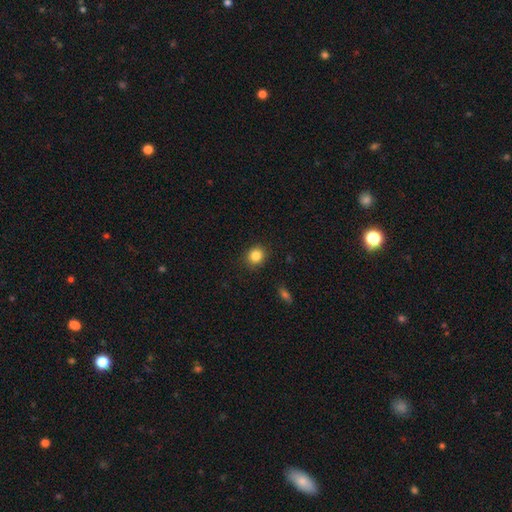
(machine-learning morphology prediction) smooth_or_featured: smooth (p=0.85) [alt: star or artifact p=0.10]
how_rounded: round (p=0.83) [alt: in between p=0.16]
merging: none (p=0.89) [alt: minor disturbance p=0.07]